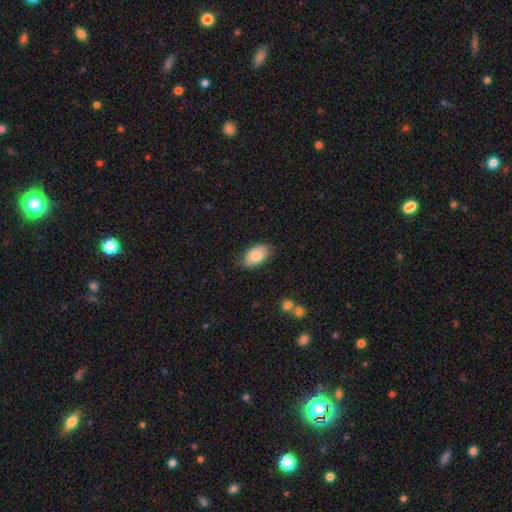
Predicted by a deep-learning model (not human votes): Smooth or featured? Predicted: smooth (p=0.80). How rounded? Predicted: in between (p=0.93). Merging? Predicted: none (p=0.77).